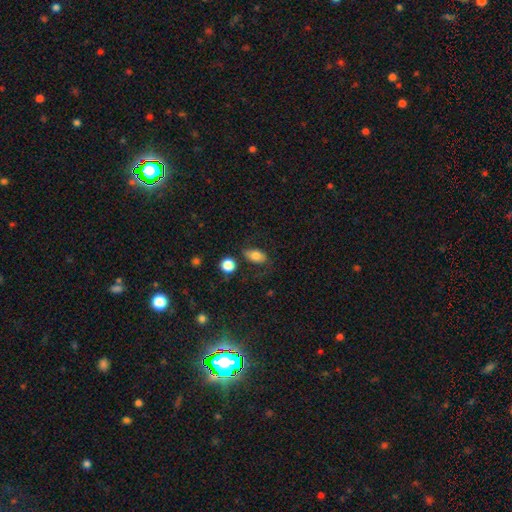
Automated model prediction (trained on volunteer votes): Smooth or featured?
  - smooth: 74% *
  - featured or disk: 17%
  - star or artifact: 9%
How rounded?
  - in between: 85% *
  - round: 13%
  - cigar-shaped: 2%
Merging?
  - none: 63% *
  - minor disturbance: 21%
  - major disturbance: 11%
  - merger: 5%